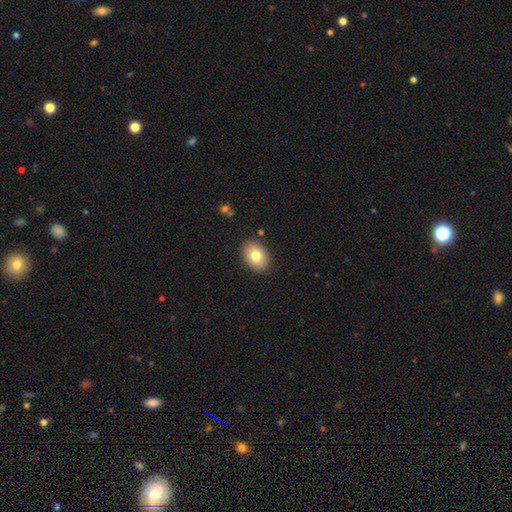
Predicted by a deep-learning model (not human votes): Smooth or featured?
  - smooth: 79% *
  - featured or disk: 13%
  - star or artifact: 8%
How rounded?
  - in between: 74% *
  - round: 25%
  - cigar-shaped: 1%
Merging?
  - none: 88% *
  - minor disturbance: 8%
  - major disturbance: 2%
  - merger: 1%